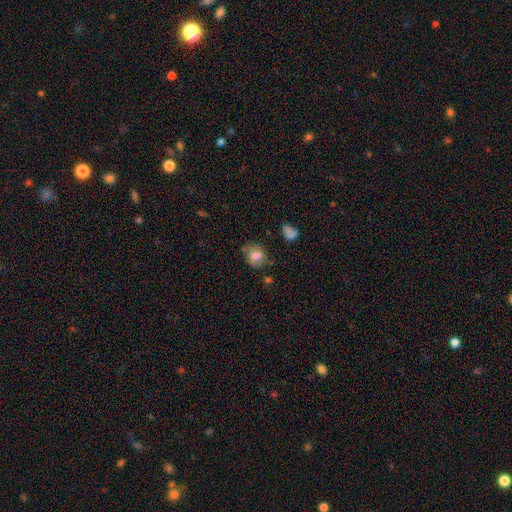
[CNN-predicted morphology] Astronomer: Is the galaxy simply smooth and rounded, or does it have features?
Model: smooth — 71%.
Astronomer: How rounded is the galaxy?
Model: round — 60% (runner-up: in between, 39%).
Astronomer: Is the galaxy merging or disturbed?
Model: none — 65%.